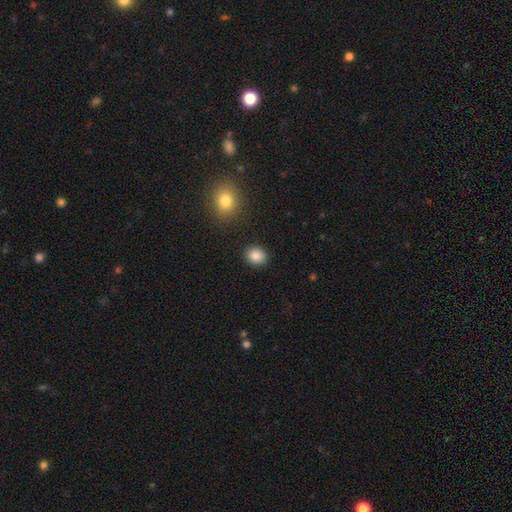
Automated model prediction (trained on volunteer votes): A smooth galaxy with no disk features (86%) that is round (69%).

Vote fractions:
- Smooth or featured? smooth: 86% / star or artifact: 9% / featured or disk: 4%
- How rounded? round: 69% / in between: 30% / cigar-shaped: 1%
- Merging? none: 90% / minor disturbance: 6% / major disturbance: 2% / merger: 2%